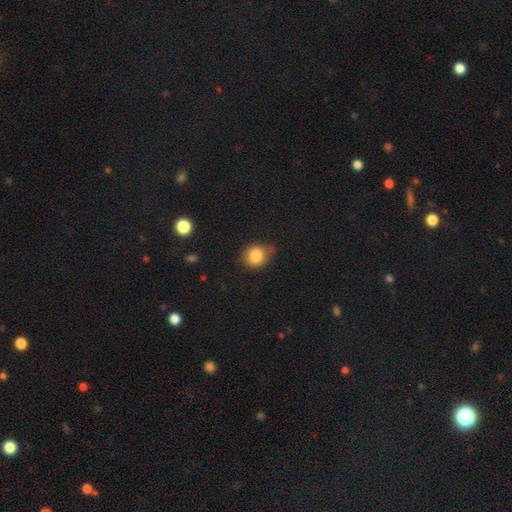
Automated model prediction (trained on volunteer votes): smooth 84%, star or artifact 10%, featured or disk 6%. Down the decision tree: how rounded — round (73%); merging — none (70%).